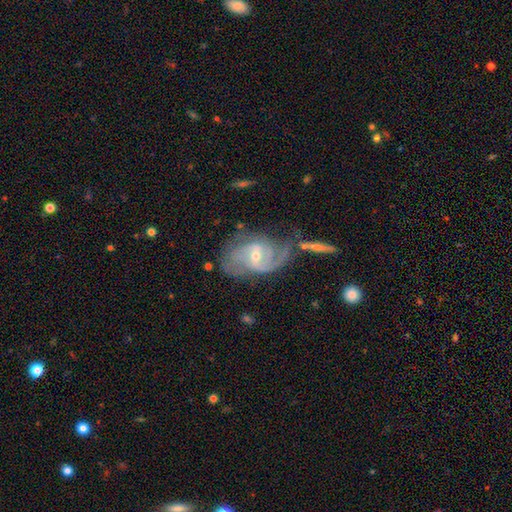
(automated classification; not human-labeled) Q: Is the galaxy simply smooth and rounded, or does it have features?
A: featured or disk — 87%.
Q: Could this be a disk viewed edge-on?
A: no — 97%.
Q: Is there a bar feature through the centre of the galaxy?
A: weak — 50%.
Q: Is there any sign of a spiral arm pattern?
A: yes — 95%.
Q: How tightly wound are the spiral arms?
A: medium — 47%.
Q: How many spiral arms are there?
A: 2 — 59%.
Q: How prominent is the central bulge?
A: small — 55%.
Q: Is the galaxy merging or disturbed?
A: none — 48%.